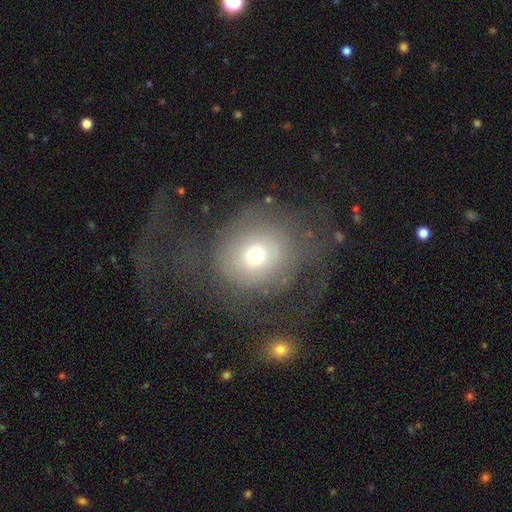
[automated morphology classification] A smooth galaxy with no disk features (55%) that is round (82%).

Vote fractions:
- Smooth or featured? smooth: 55% / featured or disk: 34% / star or artifact: 11%
- How rounded? round: 82% / in between: 17% / cigar-shaped: 1%
- Merging? none: 41% (tied) / major disturbance: 41% (tied) / minor disturbance: 16% / merger: 3%